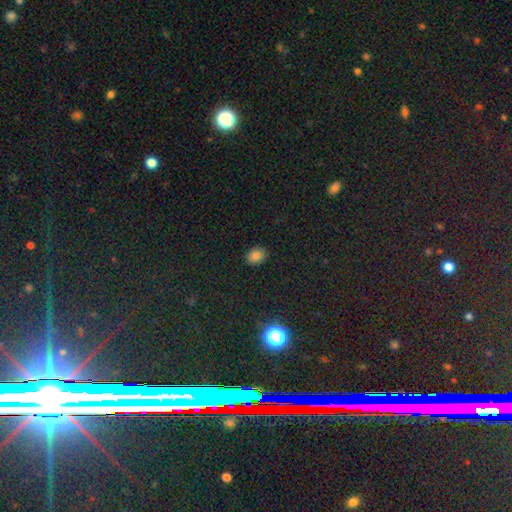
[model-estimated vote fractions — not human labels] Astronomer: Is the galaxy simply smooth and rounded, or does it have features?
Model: smooth — 80%.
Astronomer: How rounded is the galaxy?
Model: in between — 62%.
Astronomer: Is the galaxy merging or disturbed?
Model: none — 87%.